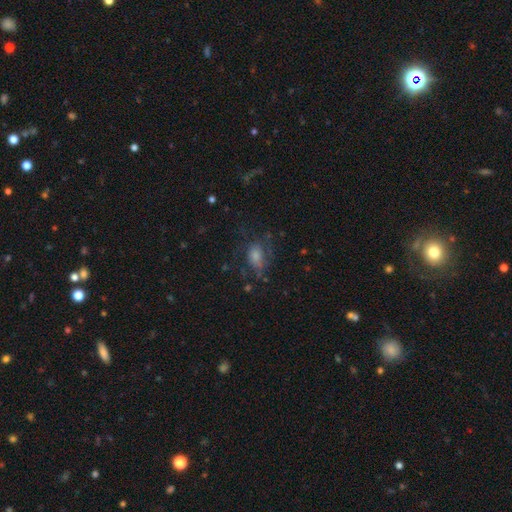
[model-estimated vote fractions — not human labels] Smooth or featured?
  - smooth: 44% *
  - featured or disk: 36%
  - star or artifact: 20%
Merging?
  - none: 51% *
  - major disturbance: 24%
  - minor disturbance: 22%
  - merger: 3%